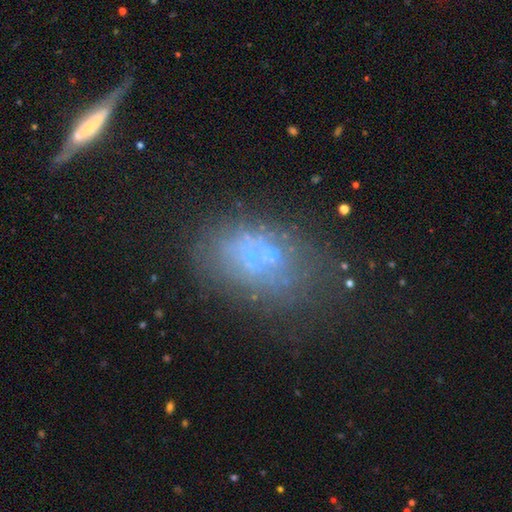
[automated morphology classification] Q: Smooth or featured?
A: featured or disk (42%); runner-up: smooth (33%)
Q: Merging?
A: none (48%); runner-up: minor disturbance (18%)